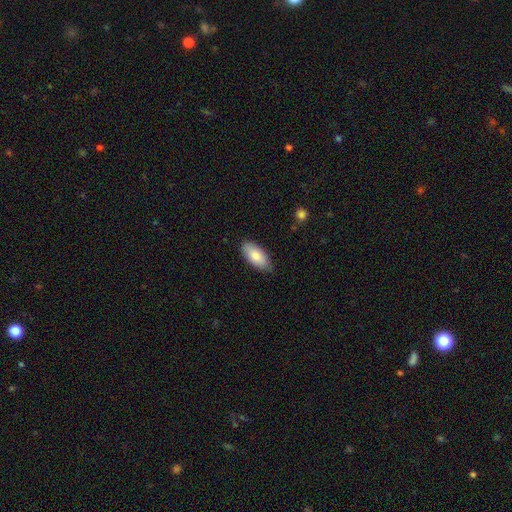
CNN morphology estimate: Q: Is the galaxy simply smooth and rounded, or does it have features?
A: smooth — 82%.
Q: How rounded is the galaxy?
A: in between — 91%.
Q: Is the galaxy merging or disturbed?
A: none — 83%.